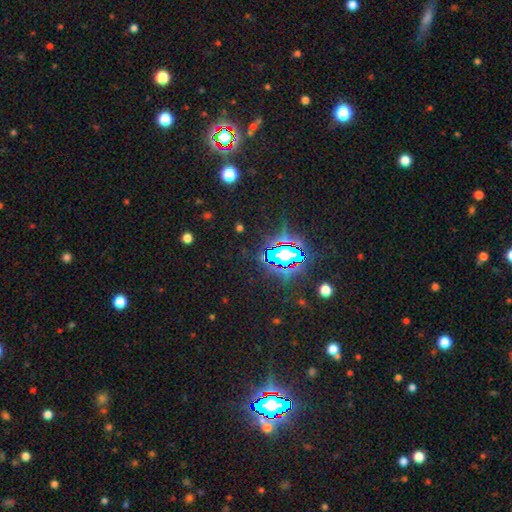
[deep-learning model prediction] A star or artifact, not a galaxy (83%).